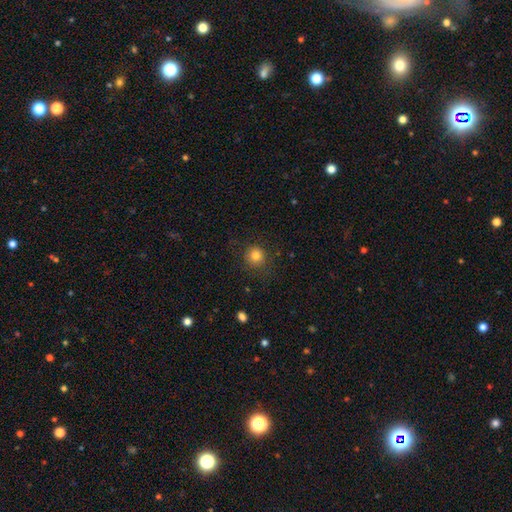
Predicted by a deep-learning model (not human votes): This is clearly a smooth galaxy (81%). How rounded: clearly round (93%). Merging: clearly none (84%).